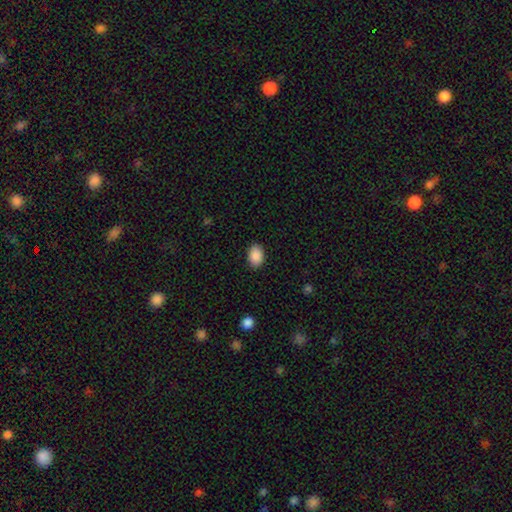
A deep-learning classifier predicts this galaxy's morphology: smooth_or_featured: smooth (p=0.90) [alt: star or artifact p=0.07]
how_rounded: in between (p=0.85) [alt: round p=0.14]
merging: none (p=0.88) [alt: minor disturbance p=0.09]